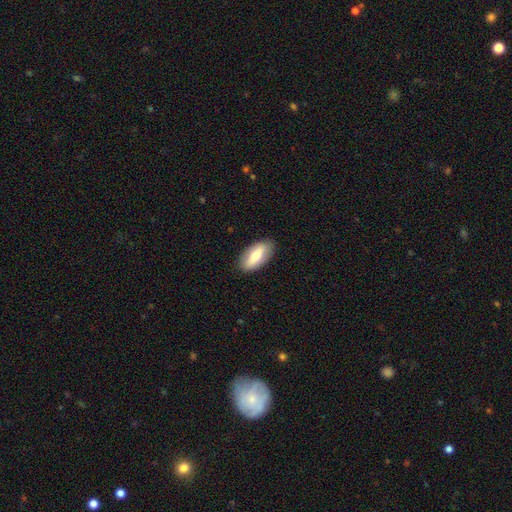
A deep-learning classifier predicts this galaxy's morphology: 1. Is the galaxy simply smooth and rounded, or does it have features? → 64% smooth, 30% featured or disk, 6% star or artifact.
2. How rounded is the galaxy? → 88% in between, 9% cigar-shaped, 3% round.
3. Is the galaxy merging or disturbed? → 87% none, 9% minor disturbance, 2% major disturbance, 1% merger.